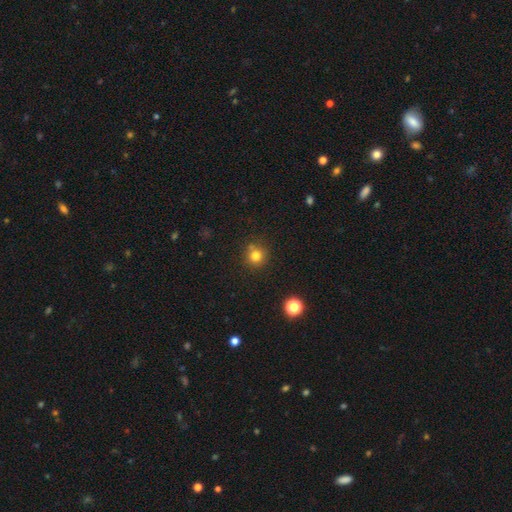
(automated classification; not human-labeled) A smooth galaxy with no disk features (78%) that is round (91%). Merging: none (77%).